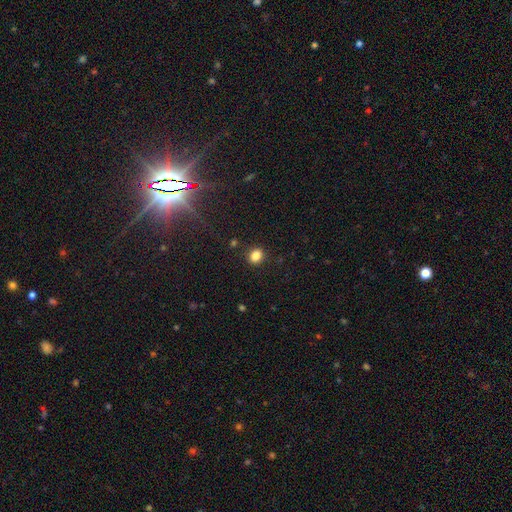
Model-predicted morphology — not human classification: This is clearly a smooth galaxy (84%). How rounded: possibly round (55%). Merging: clearly none (88%).